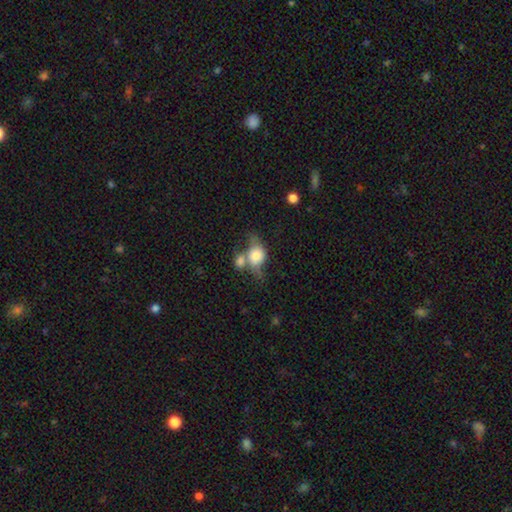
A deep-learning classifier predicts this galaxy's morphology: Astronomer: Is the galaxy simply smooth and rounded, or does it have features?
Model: smooth — 64%.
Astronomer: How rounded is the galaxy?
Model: in between — 52% (runner-up: round, 45%).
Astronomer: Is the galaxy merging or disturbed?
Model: merger — 47% (runner-up: none, 25%).